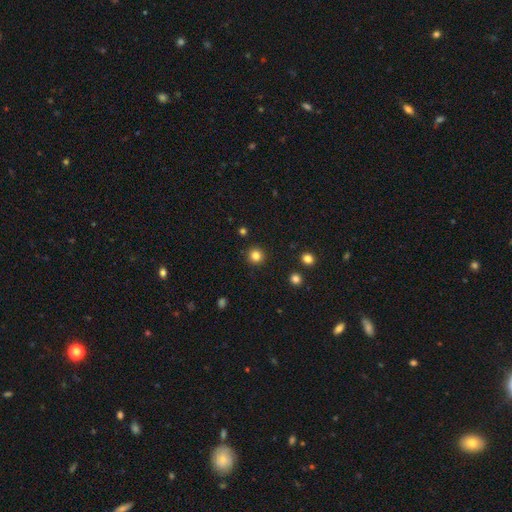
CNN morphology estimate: smooth 83%, star or artifact 12%, featured or disk 5%. Down the decision tree: how rounded — round (94%); merging — none (91%).